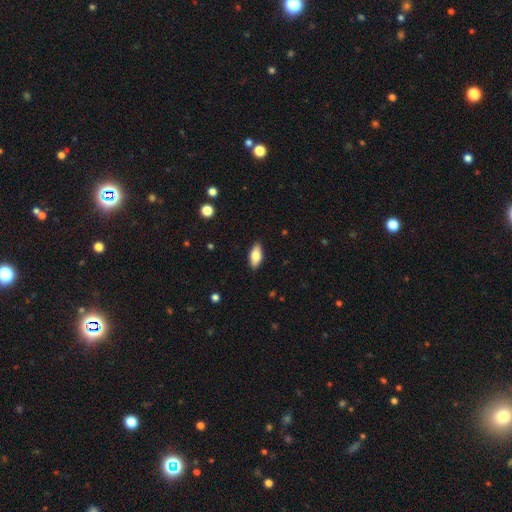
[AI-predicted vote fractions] The model was most divided on "smooth or featured": smooth: 75%, featured or disk: 19%, star or artifact: 6%. More confident: merging — none (89%); how rounded — in between (85%).